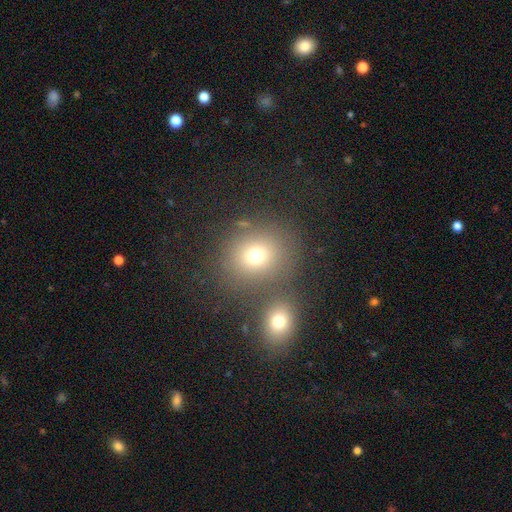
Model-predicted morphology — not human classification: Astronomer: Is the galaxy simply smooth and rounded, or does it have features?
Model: smooth — 72%.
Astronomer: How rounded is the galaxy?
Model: round — 77%.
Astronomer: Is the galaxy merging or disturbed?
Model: none — 64%.